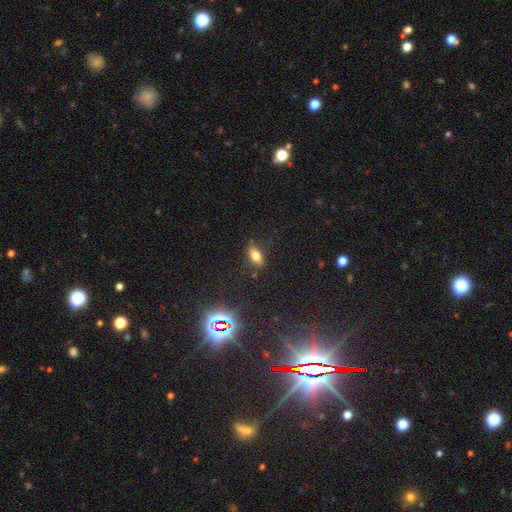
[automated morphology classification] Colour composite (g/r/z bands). It shows a smooth galaxy with no disk features (68%) that is in between round and cigar-shaped (81%). Merging: none (80%).